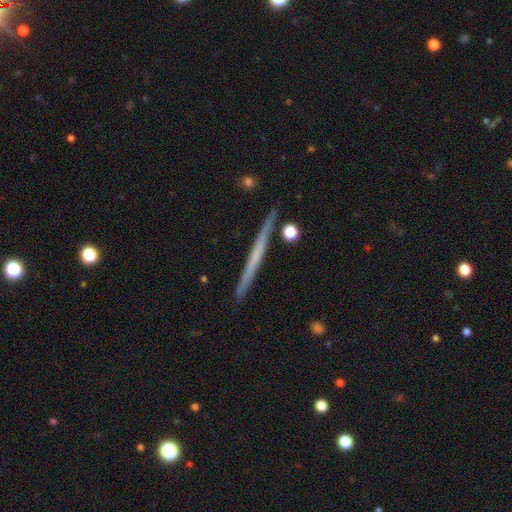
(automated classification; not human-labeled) A featured or disk galaxy (57%) viewed edge-on (97%) with no central bulge (86%).

Vote fractions:
- Smooth or featured? featured or disk: 57% / smooth: 37% / star or artifact: 6%
- Edge-on disk? yes: 97% / no: 3%
- Edge-on bulge? none: 86% / rounded: 10% / boxy: 4%
- Merging? none: 90% / minor disturbance: 6% / merger: 2% / major disturbance: 1%